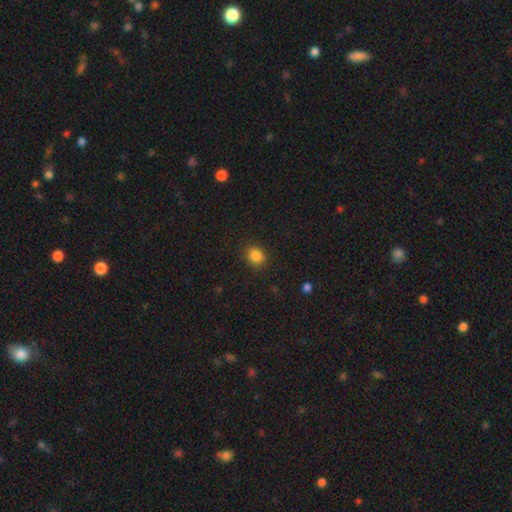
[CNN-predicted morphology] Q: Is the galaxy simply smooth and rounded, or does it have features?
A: smooth — 85%.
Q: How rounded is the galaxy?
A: round — 79%.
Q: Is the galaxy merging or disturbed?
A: none — 89%.